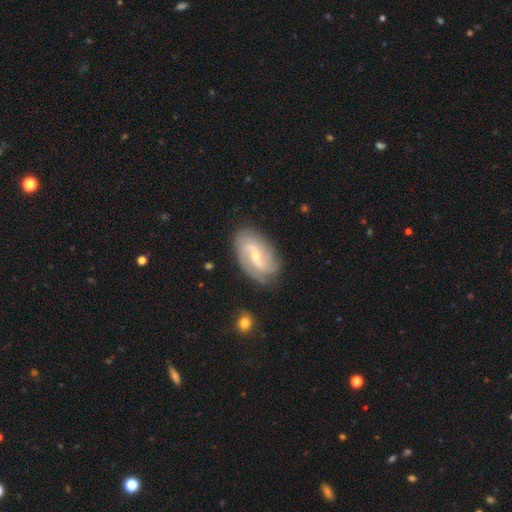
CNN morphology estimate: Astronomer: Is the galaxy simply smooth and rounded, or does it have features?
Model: featured or disk — 84%.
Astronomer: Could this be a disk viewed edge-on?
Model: no — 96%.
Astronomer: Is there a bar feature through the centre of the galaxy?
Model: weak — 50% (runner-up: no, 28%).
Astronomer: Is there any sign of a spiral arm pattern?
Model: yes — 96%.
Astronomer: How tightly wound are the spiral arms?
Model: medium — 44% (runner-up: tight, 28%).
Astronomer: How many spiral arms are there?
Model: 2 — 57%.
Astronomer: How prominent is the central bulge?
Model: small — 62%.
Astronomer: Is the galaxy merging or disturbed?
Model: none — 79%.